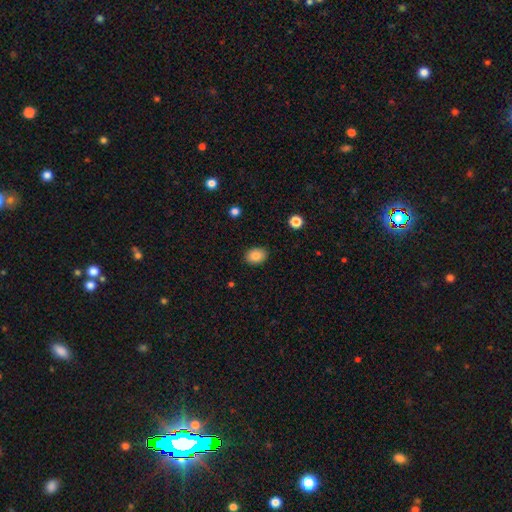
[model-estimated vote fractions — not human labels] Smooth or featured? smooth (85%)
How rounded? in between (70%)
Merging? none (88%)